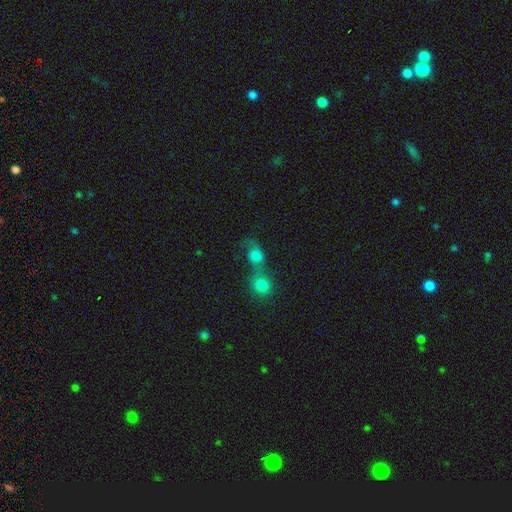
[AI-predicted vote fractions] This appears to be a smooth galaxy with no disk features (76%) that is round (63%). Merging: merger (61%).